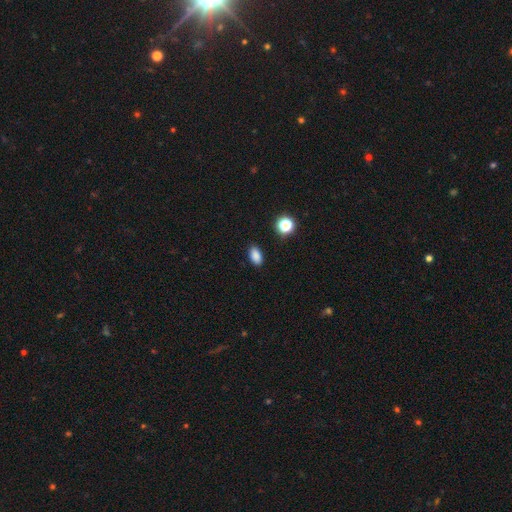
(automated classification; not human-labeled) Morphology: type=smooth (85%); roundness=in between (88%); merging=none (88%).